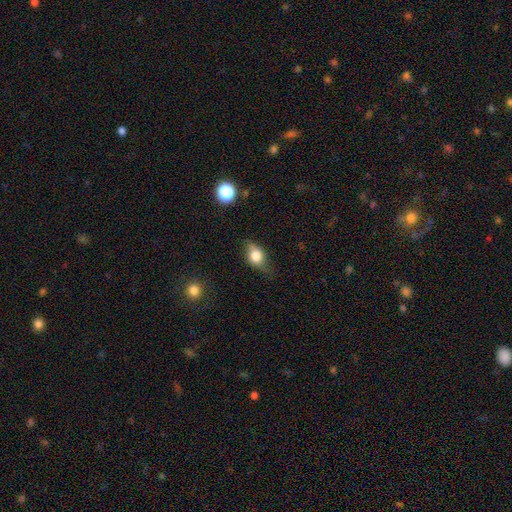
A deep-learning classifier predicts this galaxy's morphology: Overall: smooth (66%). How rounded: in between (69%). Merging: none (63%; minor disturbance 28%).